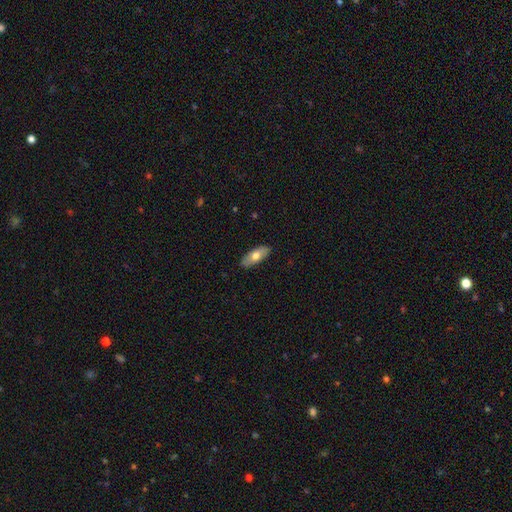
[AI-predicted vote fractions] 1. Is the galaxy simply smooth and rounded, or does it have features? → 67% smooth, 27% featured or disk, 6% star or artifact.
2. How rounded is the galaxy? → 82% in between, 15% cigar-shaped, 3% round.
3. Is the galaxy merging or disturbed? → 88% none, 10% minor disturbance, 2% major disturbance, 1% merger.